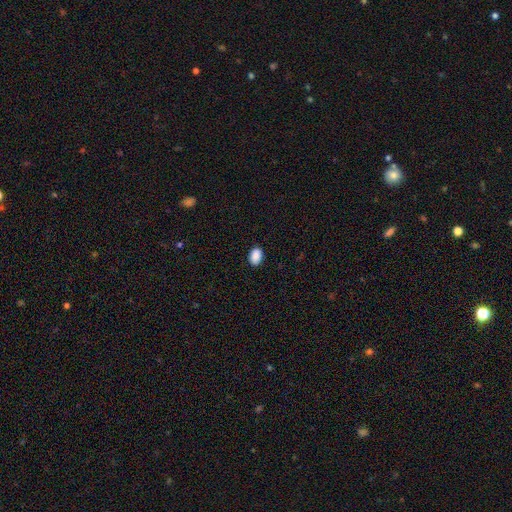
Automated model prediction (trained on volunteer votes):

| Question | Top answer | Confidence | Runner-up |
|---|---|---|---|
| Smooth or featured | smooth | 90% | star or artifact (7%) |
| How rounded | in between | 84% | round (15%) |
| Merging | none | 89% | minor disturbance (8%) |